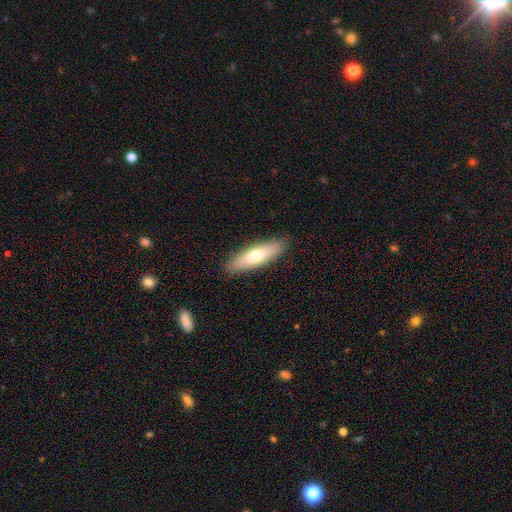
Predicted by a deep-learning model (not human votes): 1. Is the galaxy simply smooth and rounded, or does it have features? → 66% smooth, 29% featured or disk, 6% star or artifact.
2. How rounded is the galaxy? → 57% cigar-shaped, 42% in between, 2% round.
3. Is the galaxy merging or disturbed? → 89% none, 9% minor disturbance, 2% major disturbance, 1% merger.